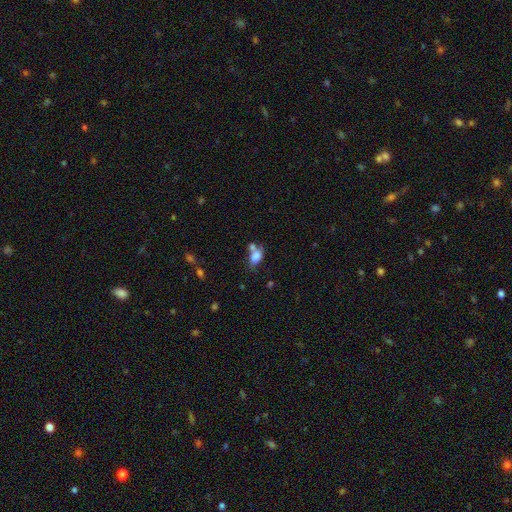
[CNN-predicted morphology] The model was most divided on "merging": none: 39%, merger: 36%, minor disturbance: 16%, major disturbance: 8%. More confident: how rounded — in between (86%); smooth or featured — smooth (79%).